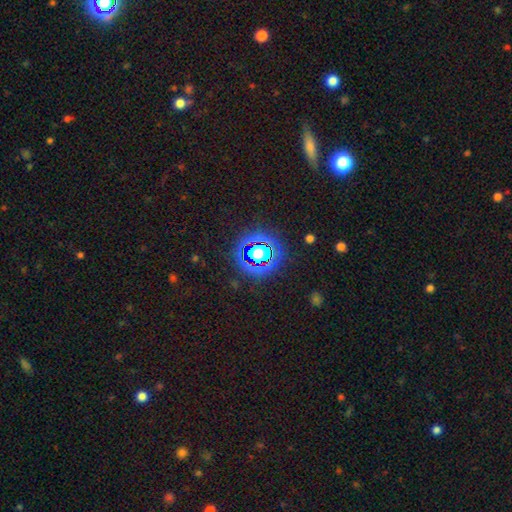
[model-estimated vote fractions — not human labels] This appears to be a star or artifact, not a galaxy (62%).